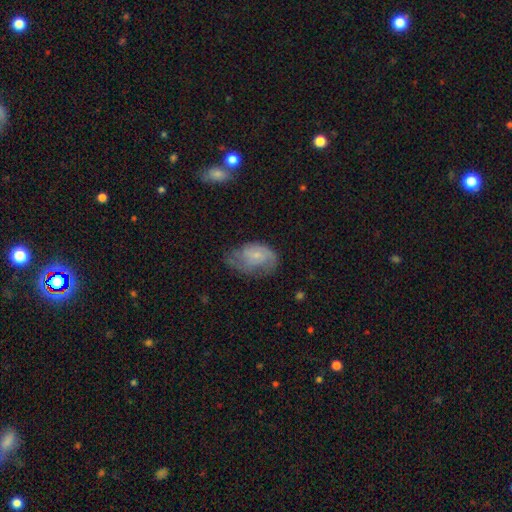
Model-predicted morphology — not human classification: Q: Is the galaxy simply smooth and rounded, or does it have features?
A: featured or disk — 56%.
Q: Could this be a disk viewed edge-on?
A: no — 97%.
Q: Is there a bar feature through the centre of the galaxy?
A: no — 68%.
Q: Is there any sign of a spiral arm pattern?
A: yes — 82%.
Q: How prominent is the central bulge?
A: small — 71%.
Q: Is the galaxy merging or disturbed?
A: none — 41%.